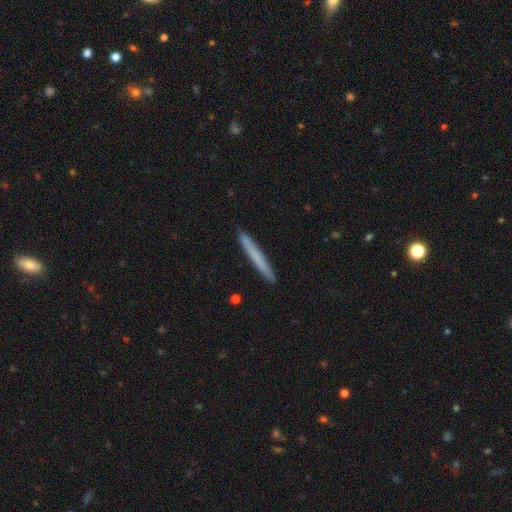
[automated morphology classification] Smooth or featured? Predicted: smooth (p=0.67). How rounded? Predicted: cigar-shaped (p=0.97). Merging? Predicted: none (p=0.92).